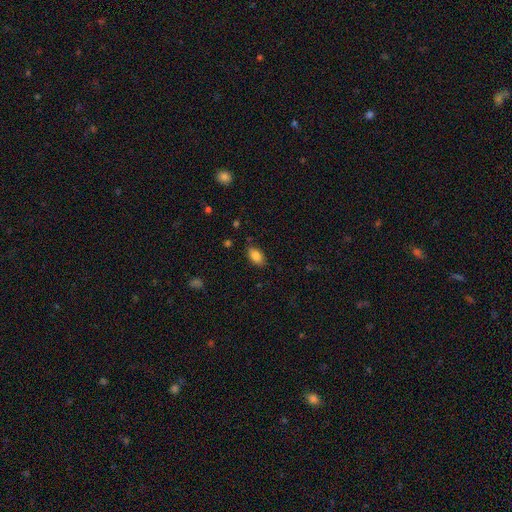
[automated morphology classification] This is clearly a smooth galaxy (85%). How rounded: clearly in between (91%). Merging: clearly none (83%).